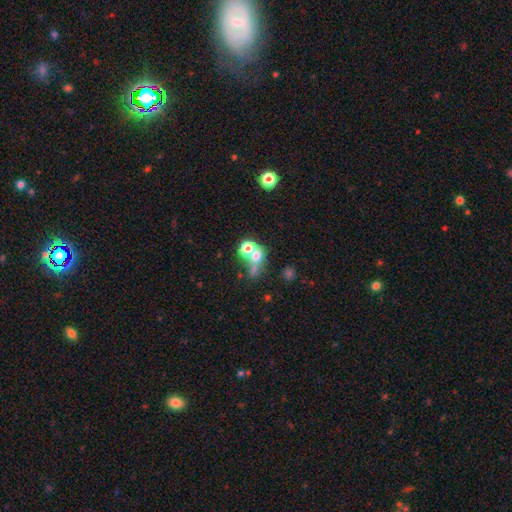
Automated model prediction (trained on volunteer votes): Smooth or featured? smooth (60%)
How rounded? round (60%)
Merging? merger (56%)